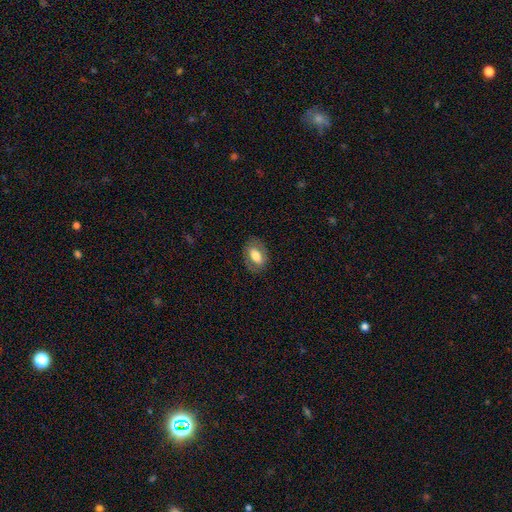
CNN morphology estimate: Smooth or featured?
  - smooth: 64% *
  - featured or disk: 29%
  - star or artifact: 7%
How rounded?
  - in between: 87% *
  - round: 12%
  - cigar-shaped: 2%
Merging?
  - none: 79% *
  - minor disturbance: 14%
  - major disturbance: 6%
  - merger: 1%